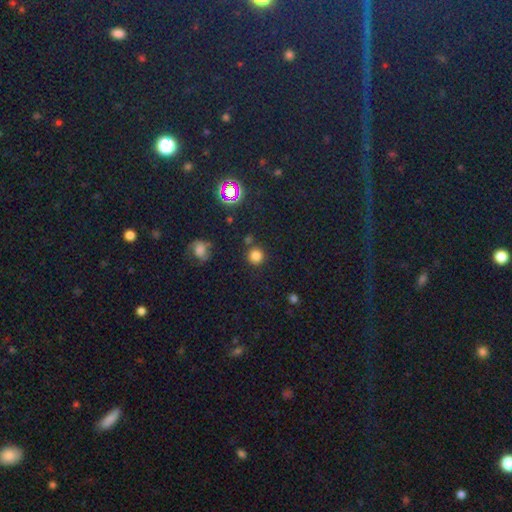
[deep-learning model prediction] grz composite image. It shows a smooth galaxy with no disk features (77%) that is round (93%). Merging: none (83%).